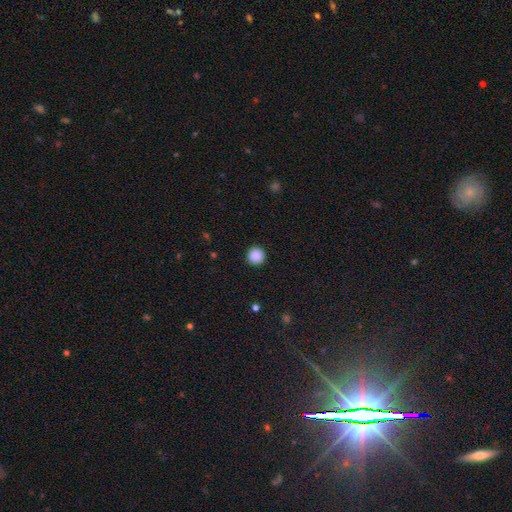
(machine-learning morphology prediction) smooth-or-featured: smooth: 89% | star or artifact: 9% | featured or disk: 2%
  how-rounded: round: 96% | in between: 3% | cigar-shaped: 1%
  merging: none: 93% | minor disturbance: 5% | major disturbance: 2% | merger: 1%